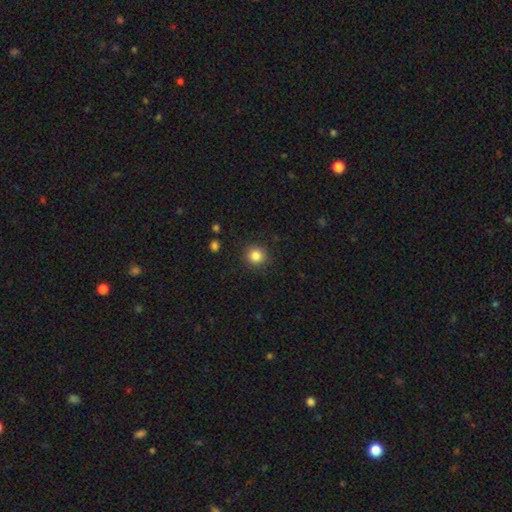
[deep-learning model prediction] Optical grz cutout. It shows a smooth galaxy with no disk features (85%) that is round (93%). Merging: none (90%).